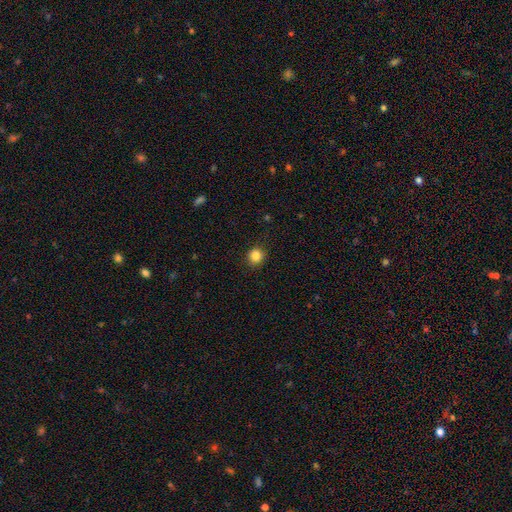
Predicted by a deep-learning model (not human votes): A smooth galaxy with no disk features (84%) that is round (88%). Merging: none (90%).